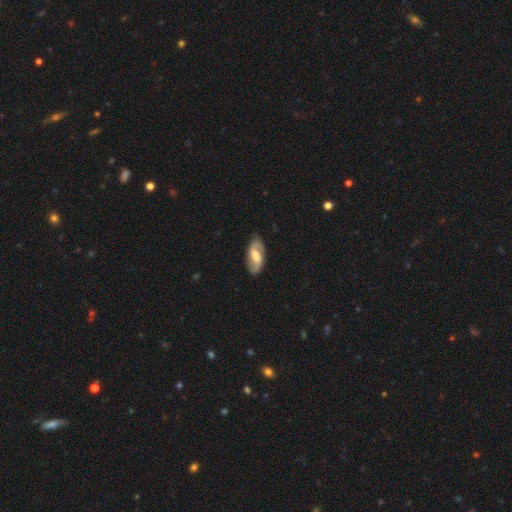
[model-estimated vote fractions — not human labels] Morphology: type=featured or disk (75%); edge-on=no (95%); bar=weak (50%); spiral arms=yes (92%); winding=loose (45%); arm count=2 (91%); bulge=moderate (50%); merging=none (84%).